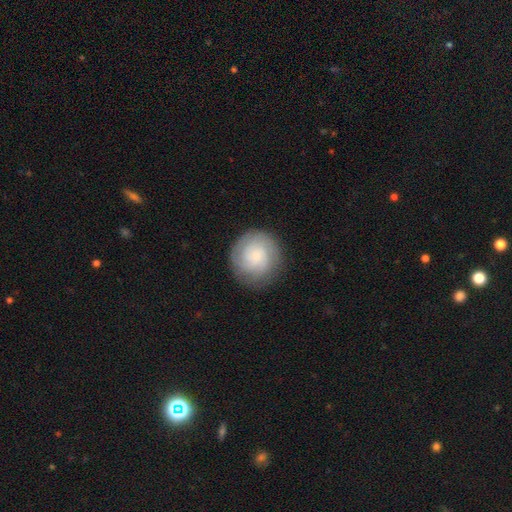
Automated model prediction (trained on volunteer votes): Morphology: type=smooth (60%); roundness=round (89%); merging=none (83%).